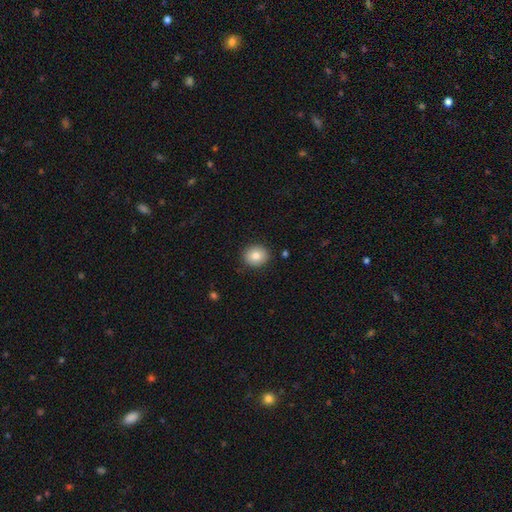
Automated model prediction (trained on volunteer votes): Overall: smooth (83%). How rounded: round (79%). Merging: none (89%).